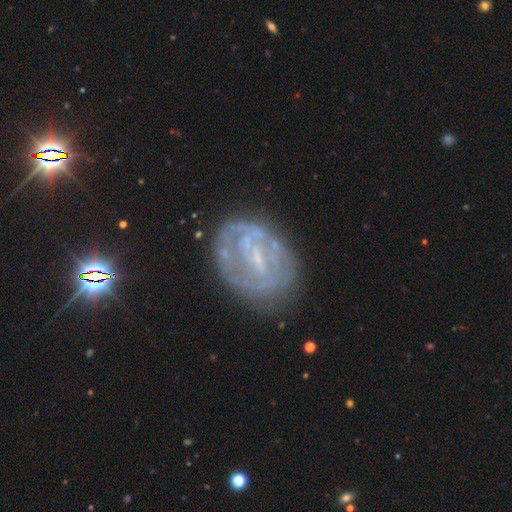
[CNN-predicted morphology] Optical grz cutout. It shows a featured or disk galaxy (73%) with a weak bar (45%), spiral arms (62%) and a small central bulge (62%). Merging: none (71%).